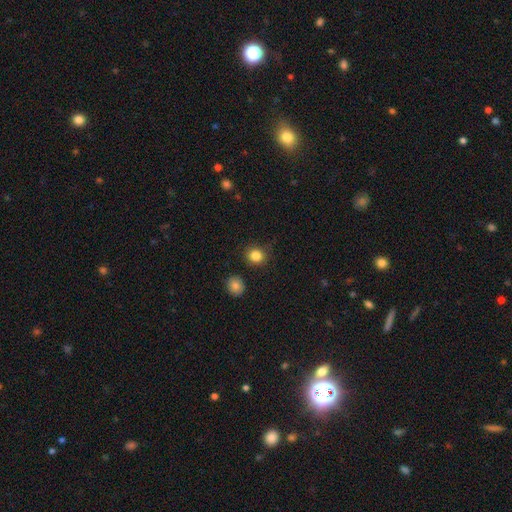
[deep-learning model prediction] Smooth or featured? smooth (84%)
How rounded? round (84%)
Merging? none (85%)